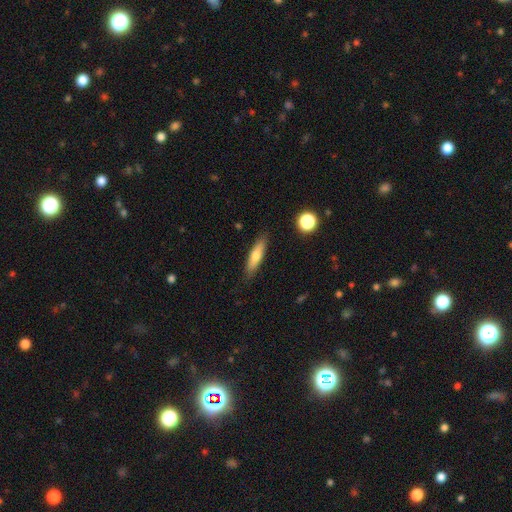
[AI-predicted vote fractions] Smooth or featured?
  - smooth: 65% *
  - featured or disk: 28%
  - star or artifact: 7%
How rounded?
  - cigar-shaped: 71% *
  - in between: 27%
  - round: 2%
Merging?
  - none: 86% *
  - minor disturbance: 10%
  - major disturbance: 2%
  - merger: 1%